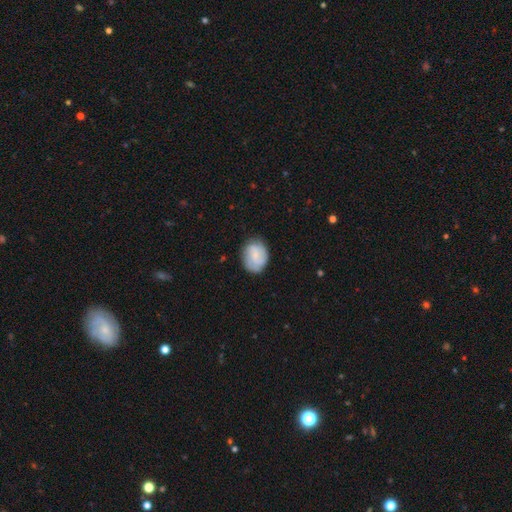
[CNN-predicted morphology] The model was most divided on "how rounded": in between: 56%, round: 43%, cigar-shaped: 1%. More confident: merging — none (75%); smooth or featured — smooth (55%).